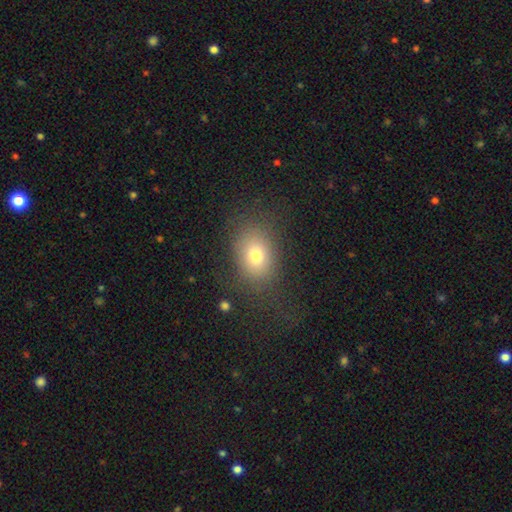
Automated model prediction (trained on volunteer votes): smooth_or_featured: smooth (p=0.73) [alt: star or artifact p=0.13]
how_rounded: in between (p=0.61) [alt: round p=0.38]
merging: none (p=0.73) [alt: minor disturbance p=0.14]